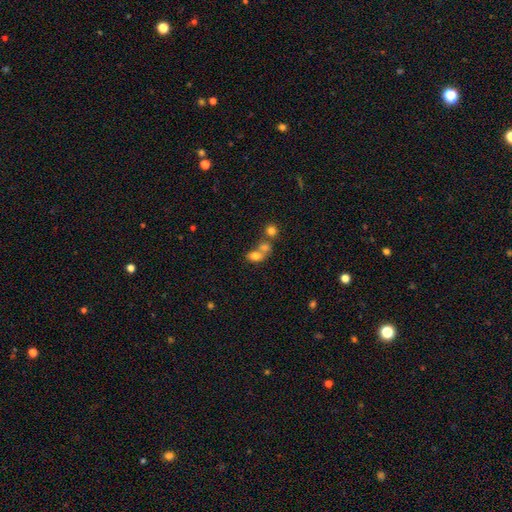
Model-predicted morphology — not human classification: Q: Smooth or featured?
A: smooth (73%); runner-up: featured or disk (15%)
Q: How rounded?
A: in between (76%); runner-up: round (22%)
Q: Merging?
A: merger (55%); runner-up: none (28%)